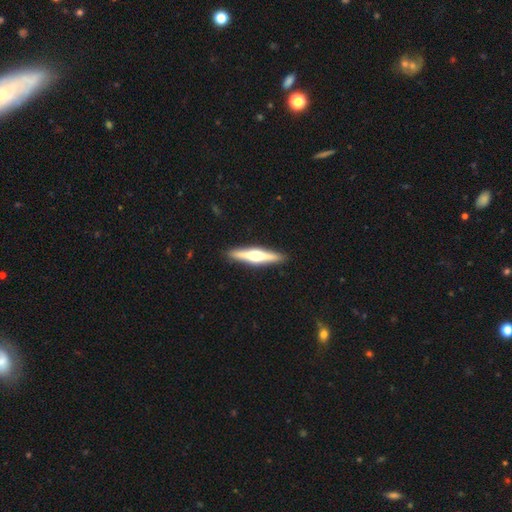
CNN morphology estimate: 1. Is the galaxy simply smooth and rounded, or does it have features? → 69% featured or disk, 26% smooth, 5% star or artifact.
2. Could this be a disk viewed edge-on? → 98% yes, 2% no.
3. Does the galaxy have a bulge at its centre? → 94% rounded, 3% boxy, 2% none.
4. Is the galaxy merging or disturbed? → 92% none, 6% minor disturbance, 1% major disturbance, 1% merger.